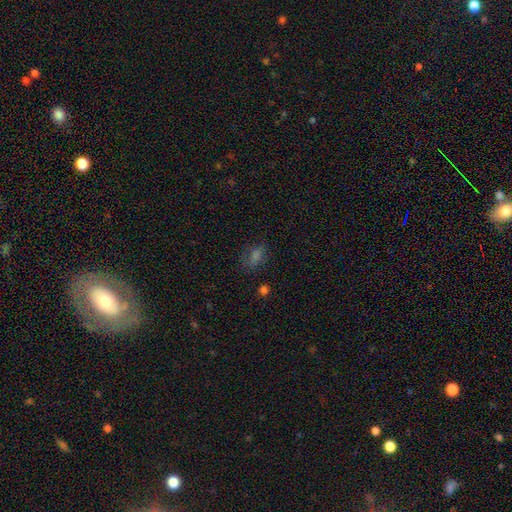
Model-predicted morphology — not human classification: type=smooth (51%); roundness=in between (77%); merging=none (65%).